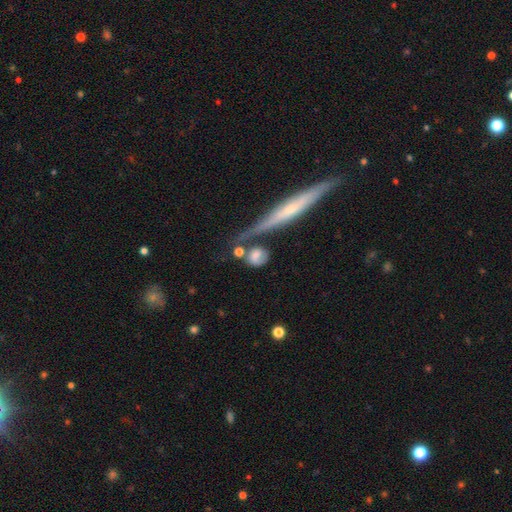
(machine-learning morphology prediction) A smooth galaxy with no disk features (72%) that is round (72%). Merging: none (57%).